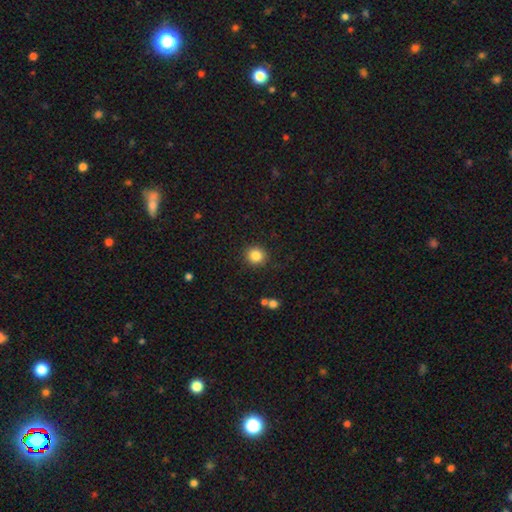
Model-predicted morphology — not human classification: This is clearly a smooth galaxy (85%). How rounded: clearly round (92%). Merging: clearly none (90%).